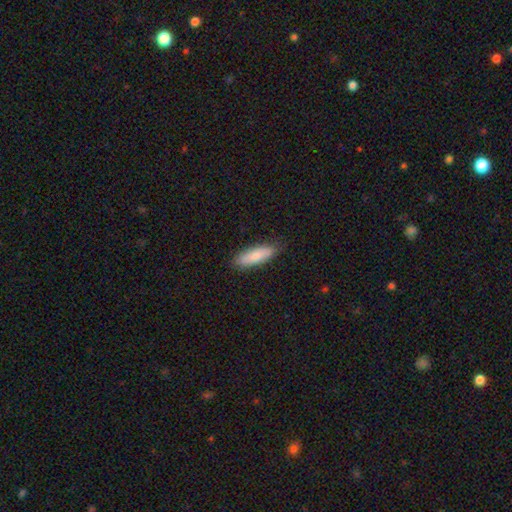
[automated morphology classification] A smooth galaxy with no disk features (83%) that is cigar-shaped (51%). Merging: none (85%).